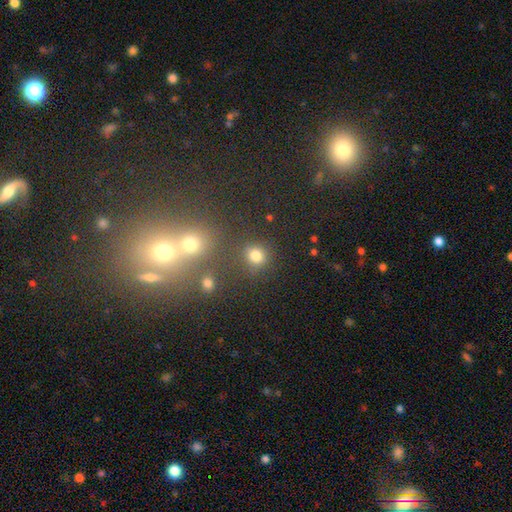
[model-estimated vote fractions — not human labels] A smooth galaxy with no disk features (77%) that is round (85%).

Vote fractions:
- Smooth or featured? smooth: 77% / star or artifact: 17% / featured or disk: 6%
- How rounded? round: 85% / in between: 14% / cigar-shaped: 1%
- Merging? none: 78% / minor disturbance: 9% / merger: 8% / major disturbance: 4%